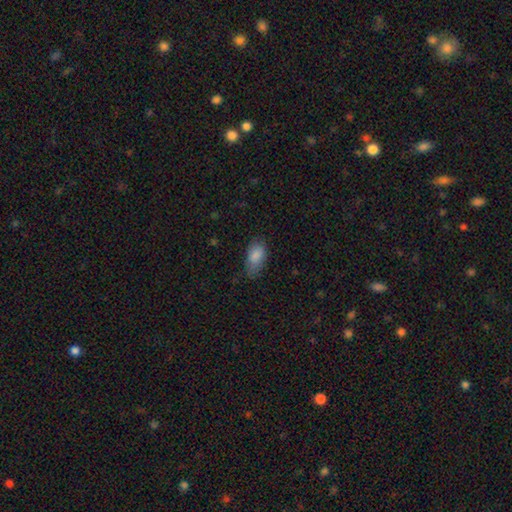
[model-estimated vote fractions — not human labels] Q: Smooth or featured?
A: smooth (86%); runner-up: star or artifact (7%)
Q: How rounded?
A: in between (92%); runner-up: round (4%)
Q: Merging?
A: none (57%); runner-up: minor disturbance (32%)